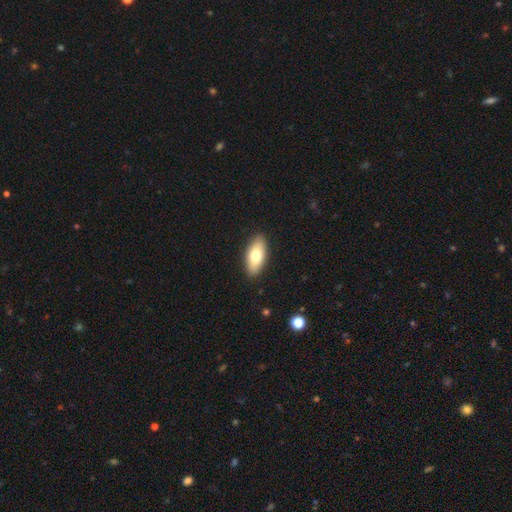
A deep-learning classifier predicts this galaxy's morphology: A smooth galaxy with no disk features (75%) that is in between round and cigar-shaped (88%). Merging: none (89%).